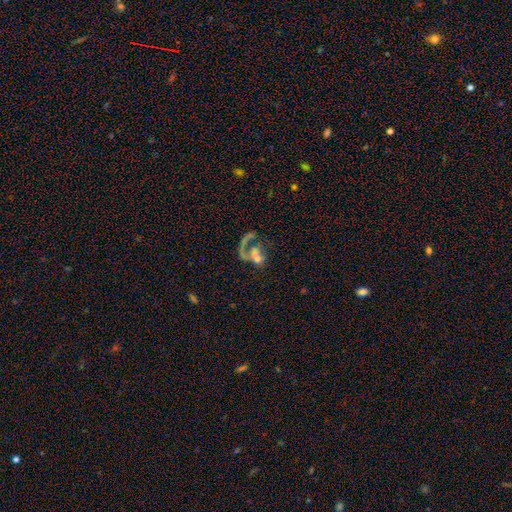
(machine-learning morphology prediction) Q: Smooth or featured?
A: featured or disk (60%); runner-up: smooth (27%)
Q: Edge-on disk?
A: no (97%); runner-up: yes (3%)
Q: Bar?
A: no (76%); runner-up: weak (17%)
Q: Spiral arms?
A: yes (56%); runner-up: no (44%)
Q: Bulge size?
A: moderate (32%); runner-up: small (26%)
Q: Merging?
A: merger (38%); runner-up: major disturbance (33%)